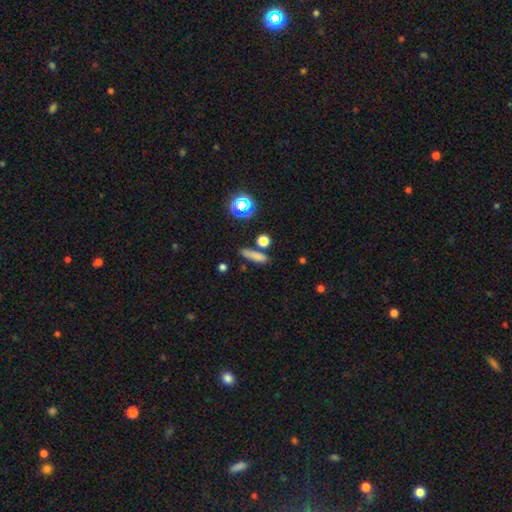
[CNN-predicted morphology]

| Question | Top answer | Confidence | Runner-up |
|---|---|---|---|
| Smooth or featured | smooth | 75% | star or artifact (15%) |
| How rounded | cigar-shaped | 69% | in between (22%) |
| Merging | none | 74% | minor disturbance (13%) |